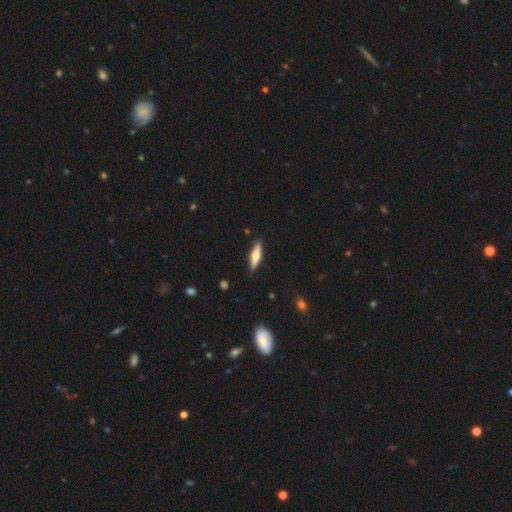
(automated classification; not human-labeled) Smooth or featured? smooth (48%)
Merging? none (89%)